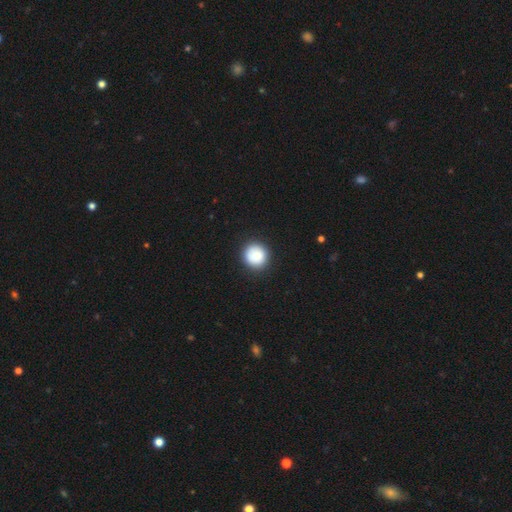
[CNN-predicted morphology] smooth 85%, star or artifact 8%, featured or disk 7%. Down the decision tree: how rounded — round (93%); merging — none (89%).